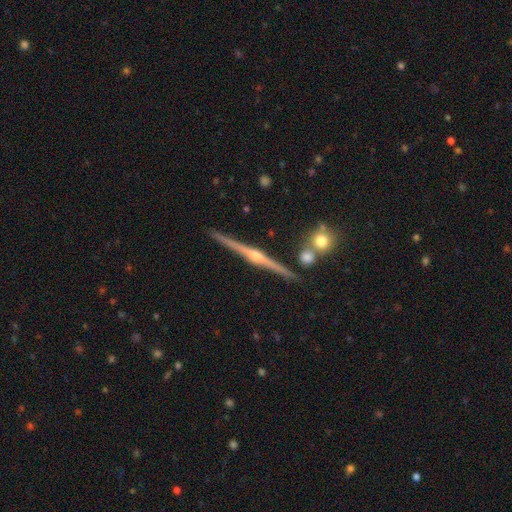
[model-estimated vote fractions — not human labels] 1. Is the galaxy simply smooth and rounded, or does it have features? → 89% featured or disk, 6% smooth, 5% star or artifact.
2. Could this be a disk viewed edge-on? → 99% yes, 1% no.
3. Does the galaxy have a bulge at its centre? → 91% rounded, 5% none, 4% boxy.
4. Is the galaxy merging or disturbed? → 89% none, 6% minor disturbance, 4% merger, 2% major disturbance.